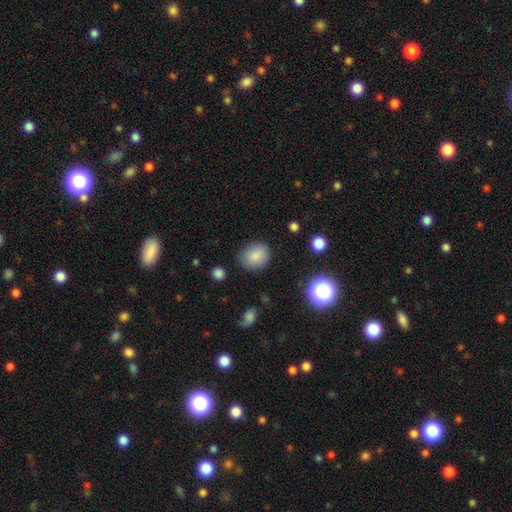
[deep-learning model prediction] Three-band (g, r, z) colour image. It shows a smooth galaxy with no disk features (84%) that is round (58%). Merging: none (81%).